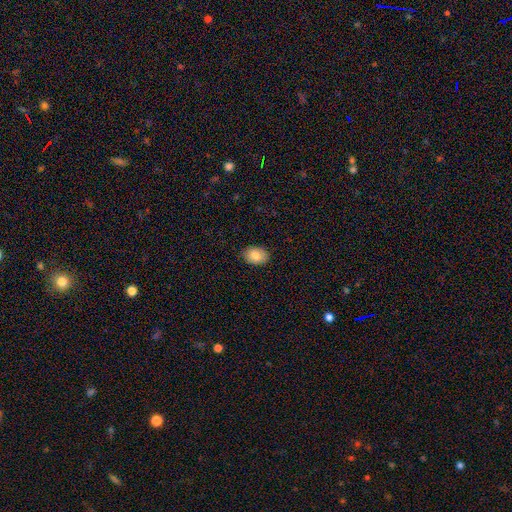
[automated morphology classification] smooth 86%, star or artifact 7%, featured or disk 7%. Down the decision tree: how rounded — in between (80%); merging — none (87%).